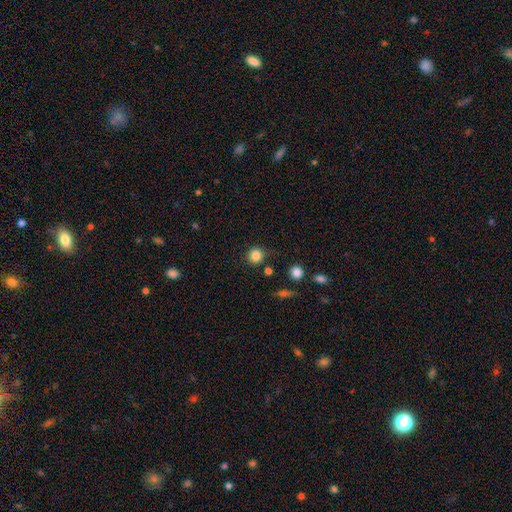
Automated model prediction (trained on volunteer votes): Smooth or featured: smooth — 84% (star or artifact — 11%)
How rounded: round — 91% (in between — 8%)
Merging: none — 78% (minor disturbance — 13%)